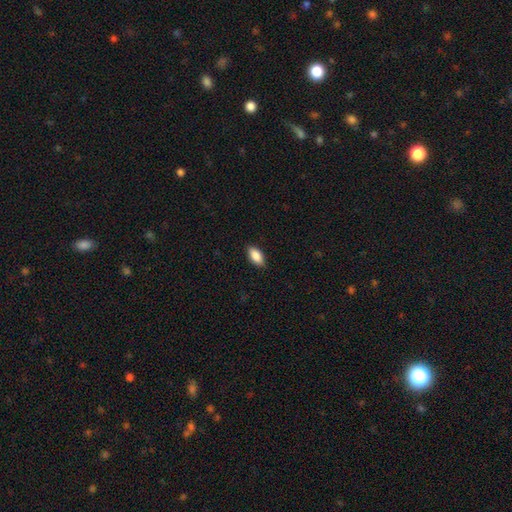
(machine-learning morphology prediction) The model was most divided on "merging": none: 87%, minor disturbance: 10%, major disturbance: 2%, merger: 1%. More confident: how rounded — in between (91%); smooth or featured — smooth (87%).